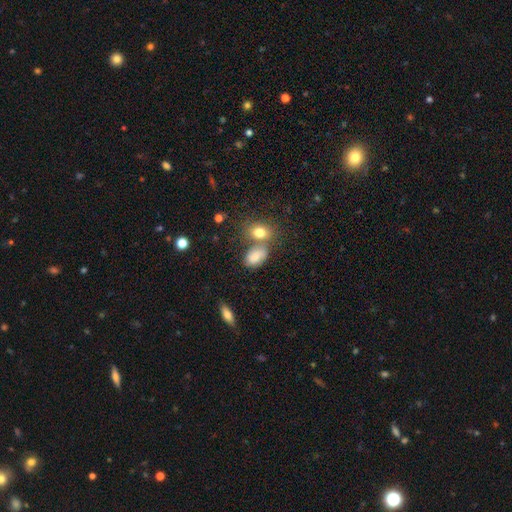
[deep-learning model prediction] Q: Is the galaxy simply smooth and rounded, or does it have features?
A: smooth — 74%.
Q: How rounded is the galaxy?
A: in between — 86%.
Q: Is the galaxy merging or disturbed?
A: none — 48%.